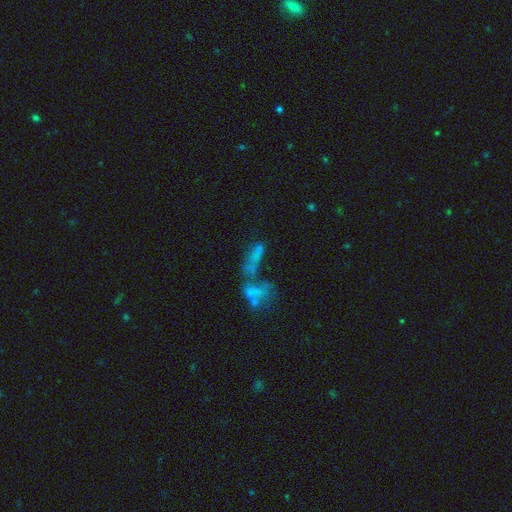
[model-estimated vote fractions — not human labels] Q: Smooth or featured?
A: smooth (50%); runner-up: featured or disk (30%)
Q: Merging?
A: merger (54%); runner-up: none (19%)